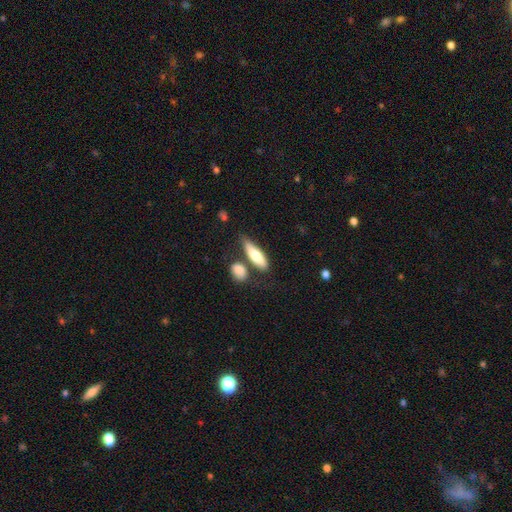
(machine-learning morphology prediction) type=smooth (72%); roundness=in between (51%); merging=none (55%).